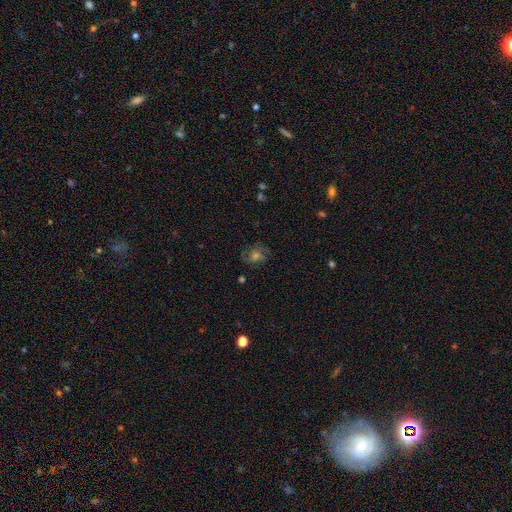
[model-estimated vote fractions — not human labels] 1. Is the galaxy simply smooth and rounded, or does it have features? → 50% featured or disk, 29% smooth, 21% star or artifact.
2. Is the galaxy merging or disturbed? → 75% none, 16% minor disturbance, 8% major disturbance, 1% merger.